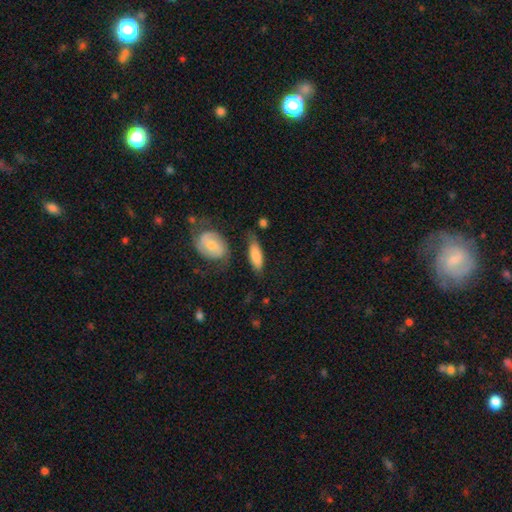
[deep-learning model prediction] This is likely a smooth galaxy (74%). How rounded: likely in between (65%). Merging: likely none (61%).